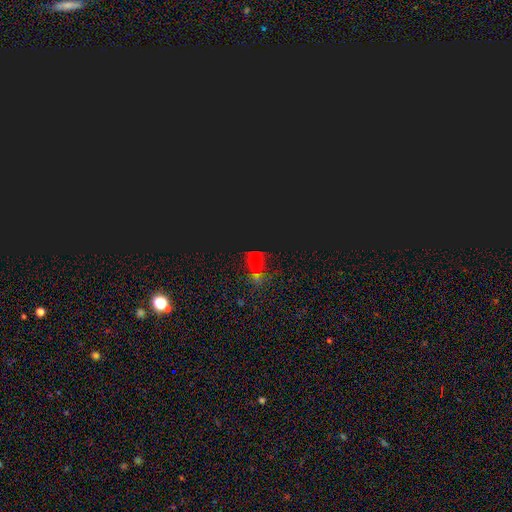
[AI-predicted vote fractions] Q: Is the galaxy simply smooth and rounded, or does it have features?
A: star or artifact — 62%.